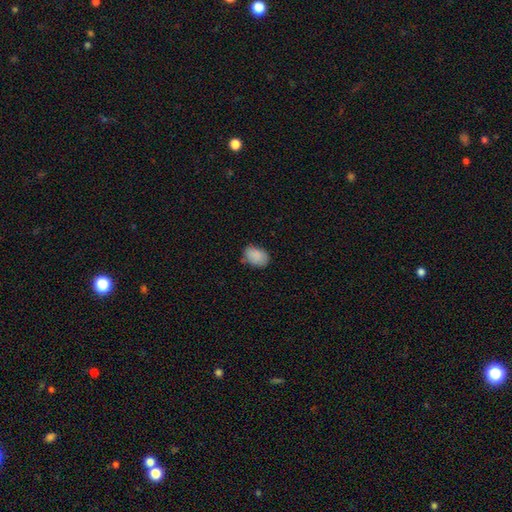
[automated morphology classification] Overall: smooth (87%). How rounded: in between (79%). Merging: none (68%).